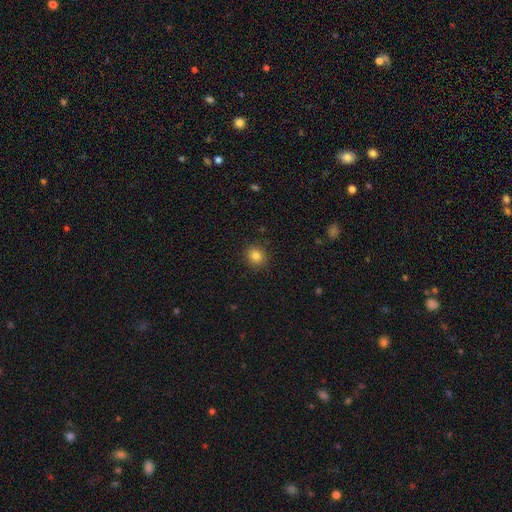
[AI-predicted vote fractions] Smooth or featured: smooth — 83% (star or artifact — 12%)
How rounded: round — 84% (in between — 15%)
Merging: none — 90% (minor disturbance — 7%)